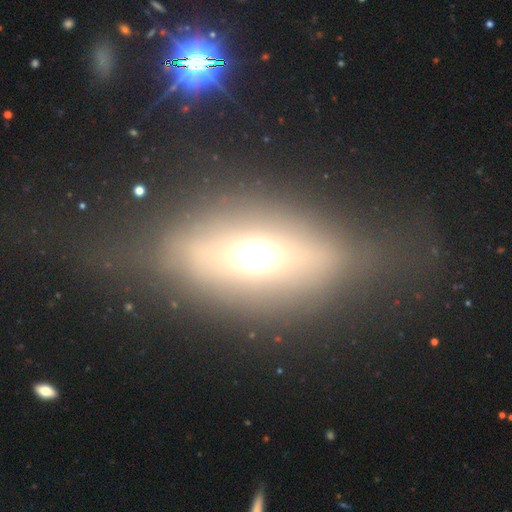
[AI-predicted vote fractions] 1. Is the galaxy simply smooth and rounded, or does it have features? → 46% smooth, 34% featured or disk, 20% star or artifact.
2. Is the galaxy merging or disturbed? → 77% none, 12% minor disturbance, 8% major disturbance, 2% merger.